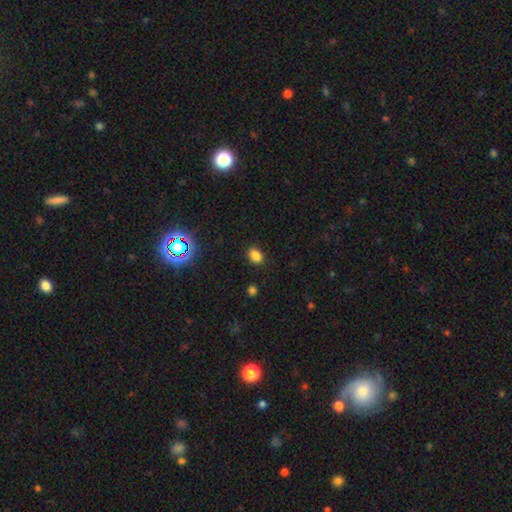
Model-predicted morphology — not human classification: A smooth galaxy with no disk features (80%) that is in between round and cigar-shaped (72%). Merging: none (88%).